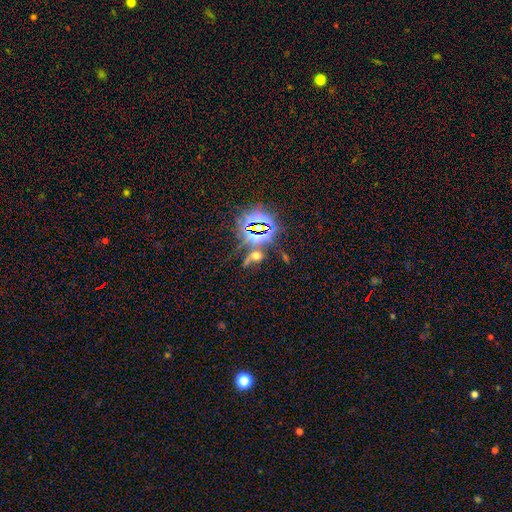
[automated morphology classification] type=star or artifact (55%).